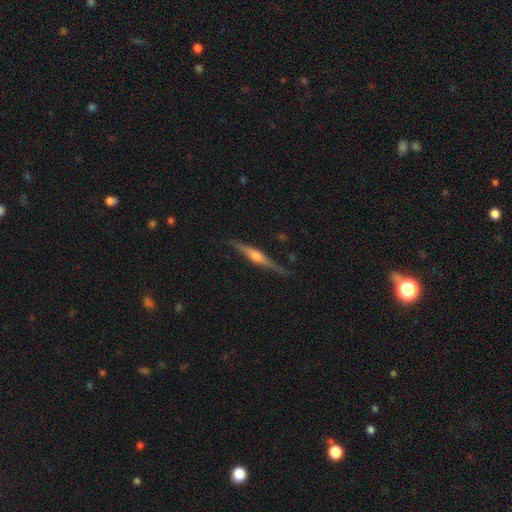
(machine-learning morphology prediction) Smooth or featured?
  - featured or disk: 78% *
  - smooth: 17%
  - star or artifact: 6%
Edge-on disk?
  - yes: 98% *
  - no: 2%
Edge-on bulge?
  - rounded: 84% *
  - boxy: 10%
  - none: 5%
Merging?
  - none: 86% *
  - minor disturbance: 11%
  - major disturbance: 2%
  - merger: 1%